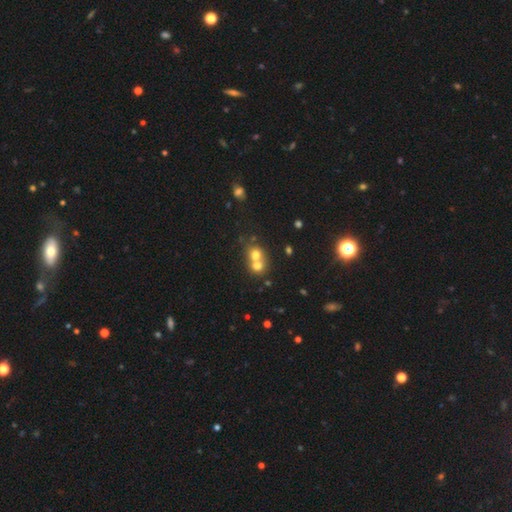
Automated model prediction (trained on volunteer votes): The model was most divided on "merging": merger: 66%, none: 26%, minor disturbance: 5%, major disturbance: 3%. More confident: how rounded — round (73%); smooth or featured — smooth (69%).